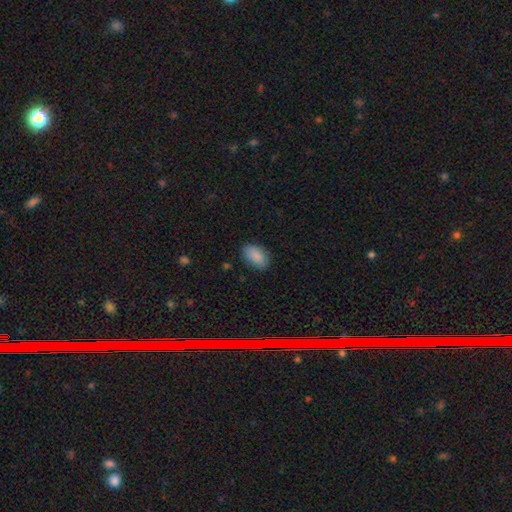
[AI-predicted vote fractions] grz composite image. It shows a smooth galaxy with no disk features (89%) that is in between round and cigar-shaped (93%). Merging: none (85%).